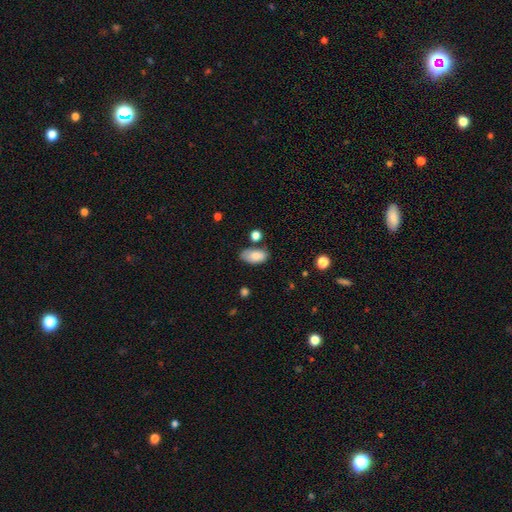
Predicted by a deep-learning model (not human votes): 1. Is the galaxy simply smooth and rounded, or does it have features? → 83% smooth, 9% featured or disk, 7% star or artifact.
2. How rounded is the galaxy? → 94% in between, 4% round, 3% cigar-shaped.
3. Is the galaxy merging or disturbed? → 67% none, 21% minor disturbance, 7% merger, 5% major disturbance.